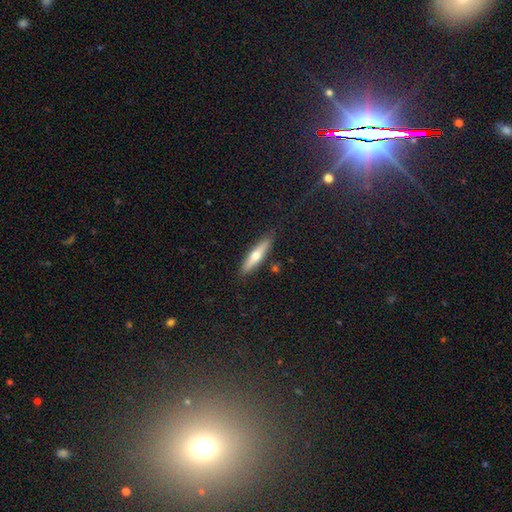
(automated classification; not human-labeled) Smooth or featured?
  - smooth: 48% *
  - featured or disk: 46%
  - star or artifact: 6%
Merging?
  - none: 87% *
  - minor disturbance: 9%
  - major disturbance: 2%
  - merger: 2%